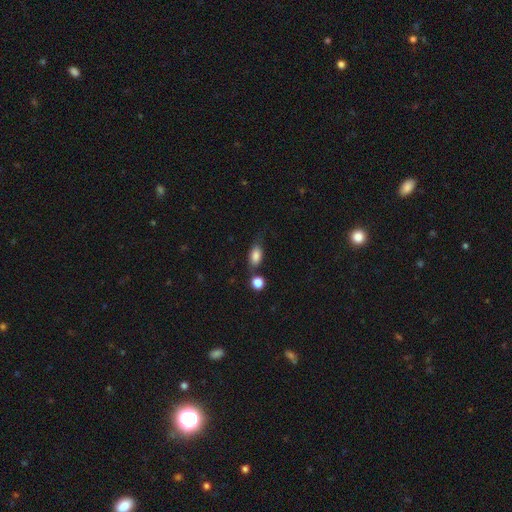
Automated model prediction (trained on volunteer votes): Overall: smooth (83%). How rounded: in between (84%). Merging: none (55%; minor disturbance 23%).